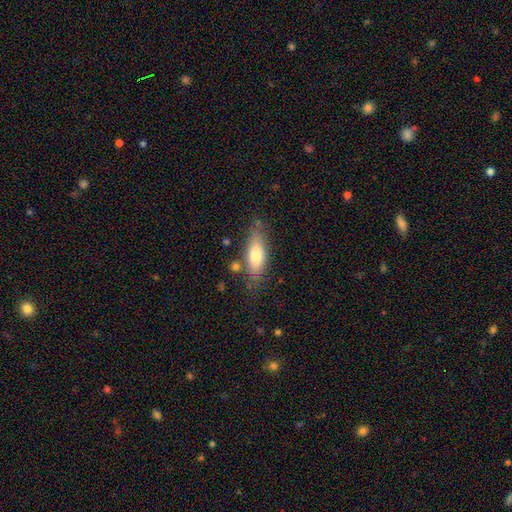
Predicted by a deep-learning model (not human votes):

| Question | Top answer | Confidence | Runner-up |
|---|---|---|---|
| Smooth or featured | smooth | 71% | featured or disk (22%) |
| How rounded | in between | 67% | cigar-shaped (30%) |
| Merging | none | 71% | minor disturbance (18%) |